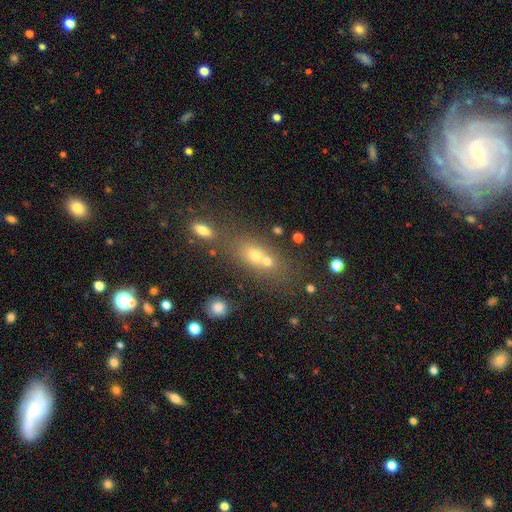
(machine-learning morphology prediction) This is likely a smooth galaxy (61%). How rounded: possibly in between (53%). Merging: possibly merger (51%).